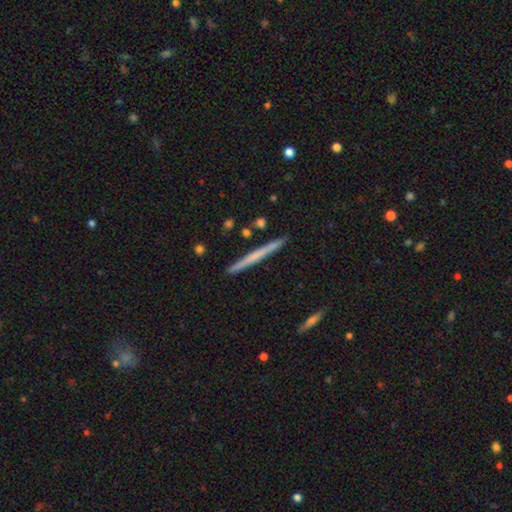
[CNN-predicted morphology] type=smooth (49%); merging=none (91%).